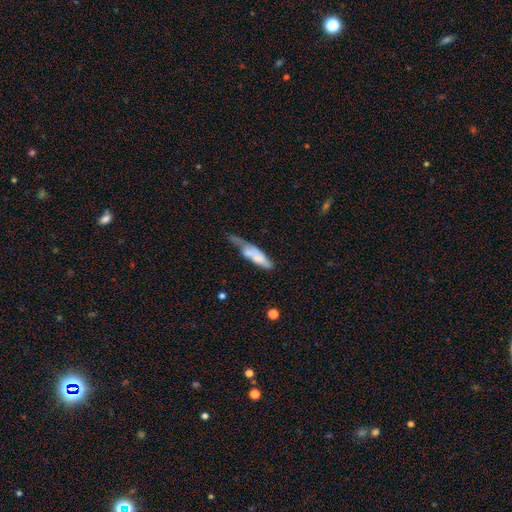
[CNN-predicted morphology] This appears to be a smooth galaxy with no disk features (63%) that is cigar-shaped (57%). Merging: minor disturbance (31%).